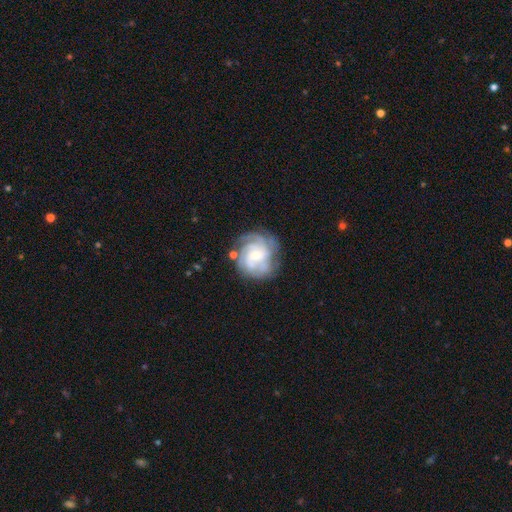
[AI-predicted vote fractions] Smooth or featured? Predicted: featured or disk (p=0.82). Edge-on disk? Predicted: no (p=0.98). Bar? Predicted: no (p=0.62). Spiral arms? Predicted: yes (p=0.95). Spiral winding? Predicted: tight (p=0.61). Spiral arm count? Predicted: can't tell (p=0.27, tied with 4). Bulge size? Predicted: small (p=0.54). Merging? Predicted: none (p=0.70).